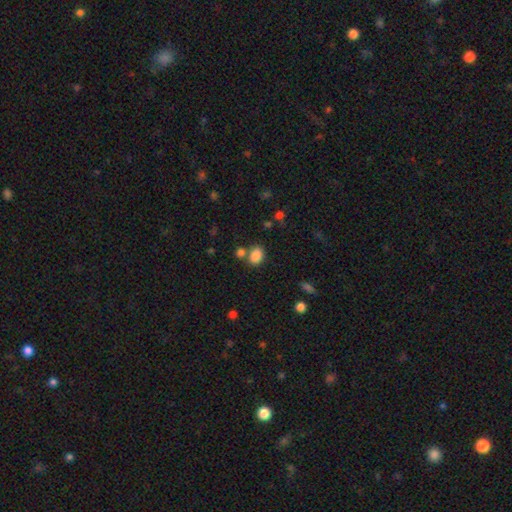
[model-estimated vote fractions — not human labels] Overall: smooth (86%). How rounded: in between (75%). Merging: none (63%).